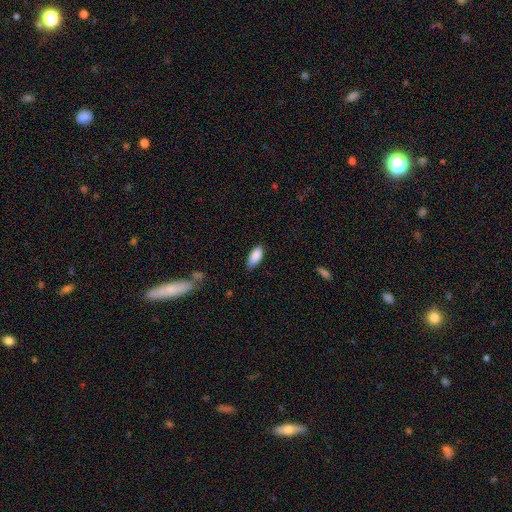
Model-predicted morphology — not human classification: The model was most divided on "merging": none: 78%, minor disturbance: 18%, major disturbance: 3%, merger: 1%. More confident: smooth or featured — smooth (88%); how rounded — in between (86%).